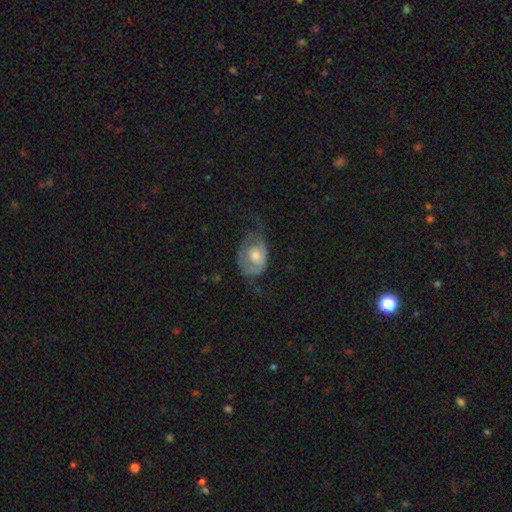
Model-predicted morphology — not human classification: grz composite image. It shows a featured or disk galaxy (49%). Merging: major disturbance (37%).